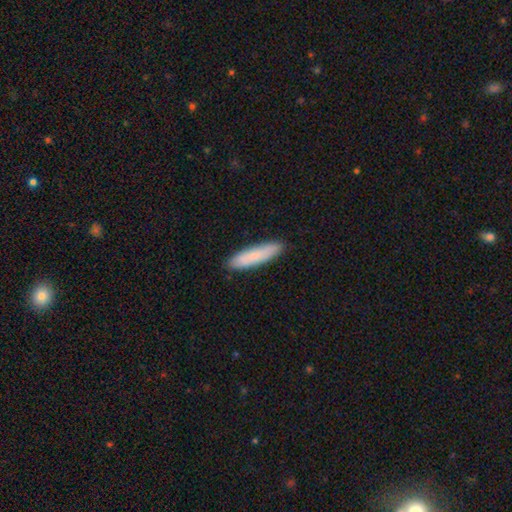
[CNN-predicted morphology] The model was most divided on "how rounded": cigar-shaped: 75%, in between: 23%, round: 2%. More confident: merging — none (89%); smooth or featured — smooth (79%).